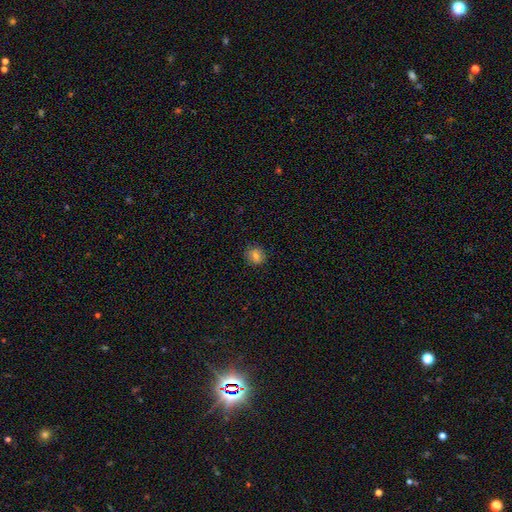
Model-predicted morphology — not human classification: Smooth or featured?
  - smooth: 78% *
  - star or artifact: 12%
  - featured or disk: 10%
How rounded?
  - round: 86% *
  - in between: 13%
  - cigar-shaped: 1%
Merging?
  - none: 87% *
  - minor disturbance: 10%
  - major disturbance: 2%
  - merger: 1%